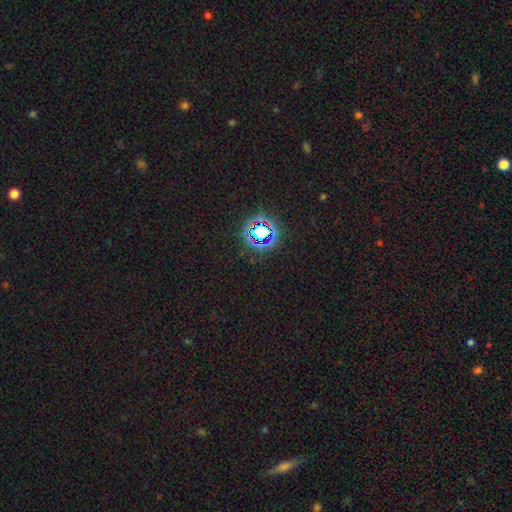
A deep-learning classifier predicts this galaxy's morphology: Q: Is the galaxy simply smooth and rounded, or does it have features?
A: star or artifact — 78%.